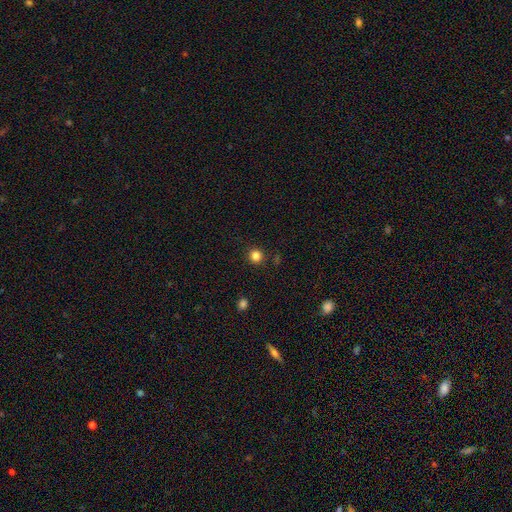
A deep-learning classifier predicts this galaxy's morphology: Smooth or featured: smooth — 84% (star or artifact — 13%)
How rounded: round — 93% (in between — 6%)
Merging: none — 90% (minor disturbance — 6%)